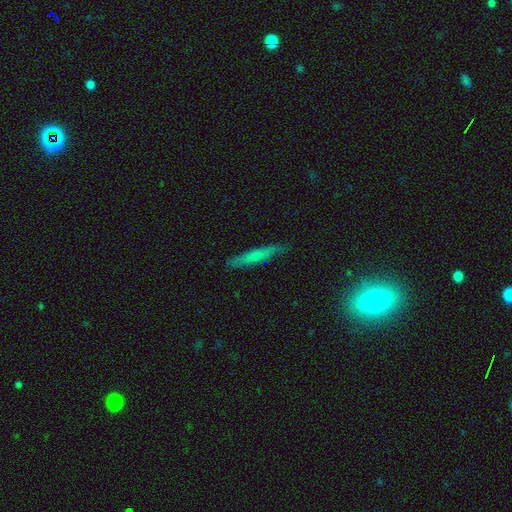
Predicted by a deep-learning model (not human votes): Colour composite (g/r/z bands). It shows a smooth galaxy with no disk features (53%) that is cigar-shaped (91%). Merging: none (83%).